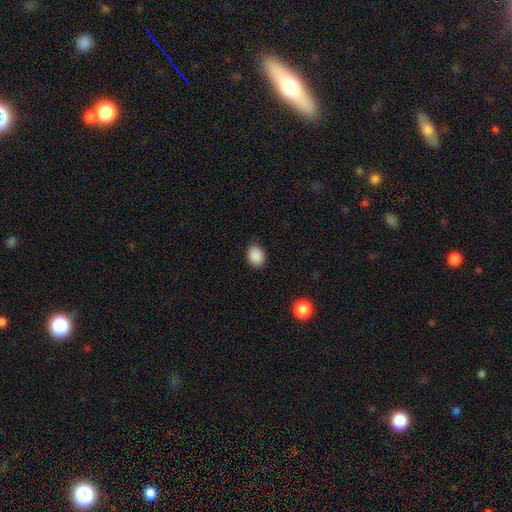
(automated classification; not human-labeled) smooth_or_featured: smooth (p=0.89) [alt: star or artifact p=0.09]
how_rounded: in between (p=0.61) [alt: round p=0.38]
merging: none (p=0.85) [alt: minor disturbance p=0.11]